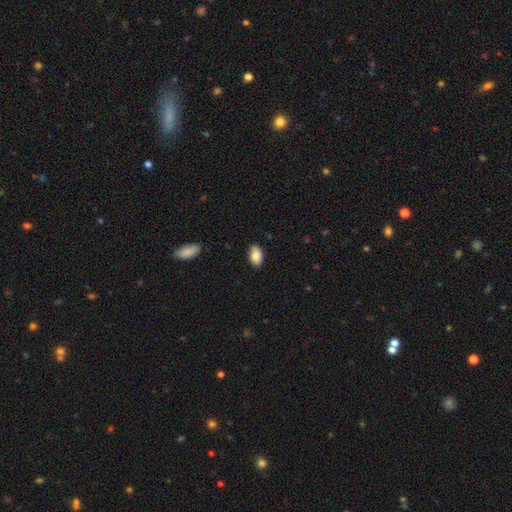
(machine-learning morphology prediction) A smooth galaxy with no disk features (86%) that is in between round and cigar-shaped (93%).

Vote fractions:
- Smooth or featured? smooth: 86% / featured or disk: 7% / star or artifact: 7%
- How rounded? in between: 93% / round: 5% / cigar-shaped: 2%
- Merging? none: 88% / minor disturbance: 9% / major disturbance: 2% / merger: 1%